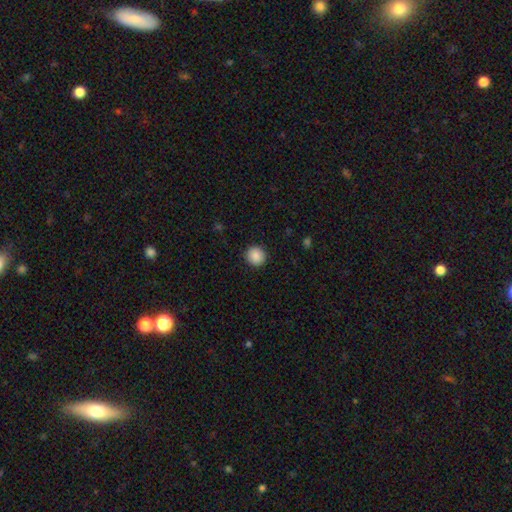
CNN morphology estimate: Overall: smooth (88%). How rounded: round (93%). Merging: none (92%).